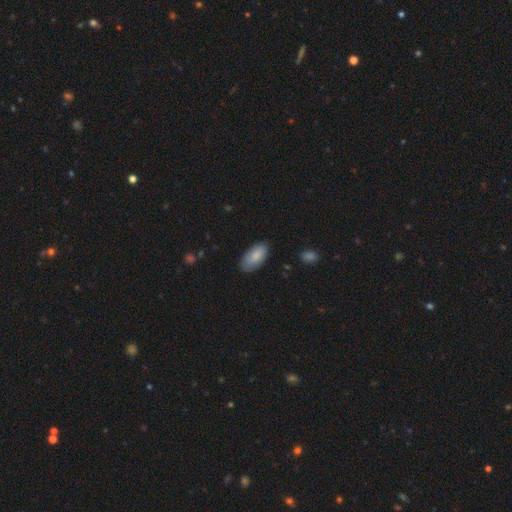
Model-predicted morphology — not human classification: smooth 84%, featured or disk 10%, star or artifact 6%. Down the decision tree: how rounded — in between (93%); merging — none (79%).